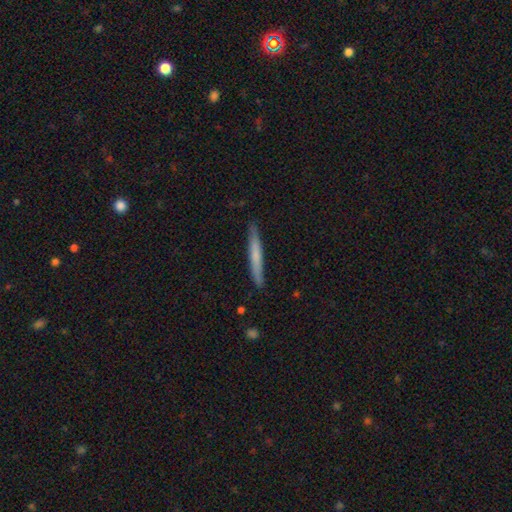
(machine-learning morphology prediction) A smooth galaxy with no disk features (62%) that is cigar-shaped (96%). Merging: none (88%).